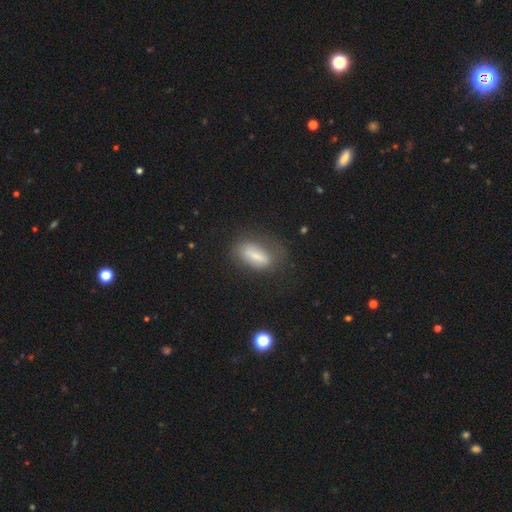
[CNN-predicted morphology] Smooth or featured? smooth (63%)
How rounded? in between (73%)
Merging? none (59%)